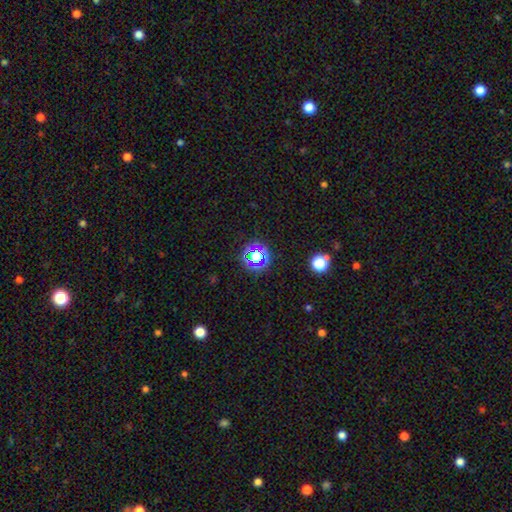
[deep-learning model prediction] star or artifact 63%, smooth 26%, featured or disk 11%.